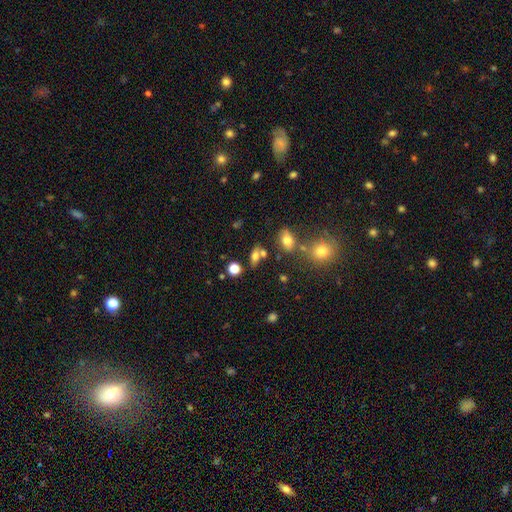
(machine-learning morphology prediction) Smooth or featured?
  - smooth: 67% *
  - featured or disk: 18%
  - star or artifact: 15%
How rounded?
  - in between: 74% *
  - round: 15%
  - cigar-shaped: 11%
Merging?
  - none: 57% *
  - merger: 23%
  - minor disturbance: 14%
  - major disturbance: 6%